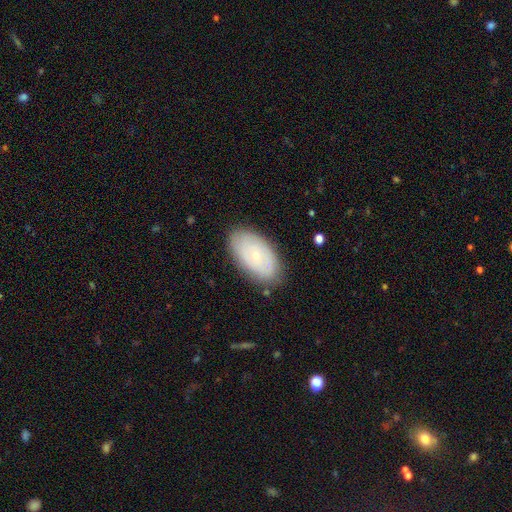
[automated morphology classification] This is possibly a featured or disk galaxy (47%). Merging: clearly none (83%).